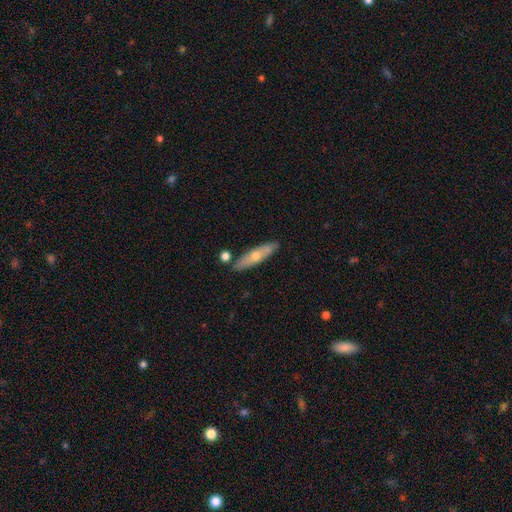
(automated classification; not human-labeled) Smooth or featured: smooth — 50% (featured or disk — 44%)
Merging: none — 83% (minor disturbance — 10%)